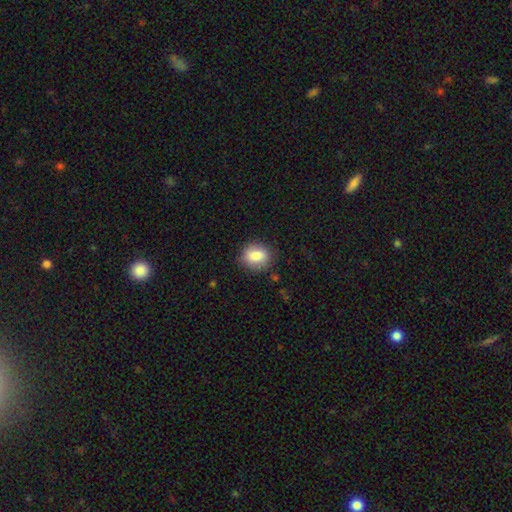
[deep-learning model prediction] Morphology: type=smooth (82%); roundness=round (58%); merging=none (82%).